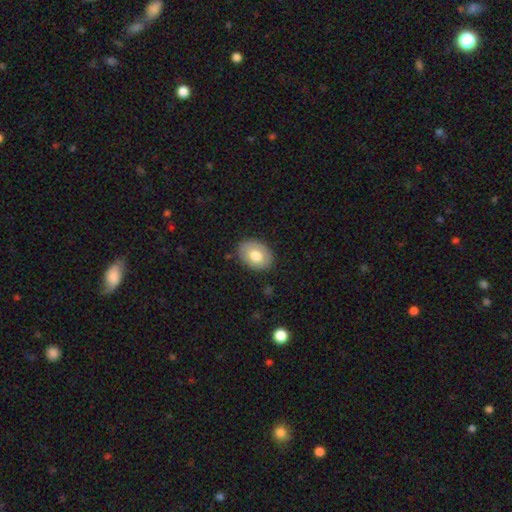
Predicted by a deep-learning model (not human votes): Overall: smooth (72%). How rounded: in between (76%). Merging: none (85%).